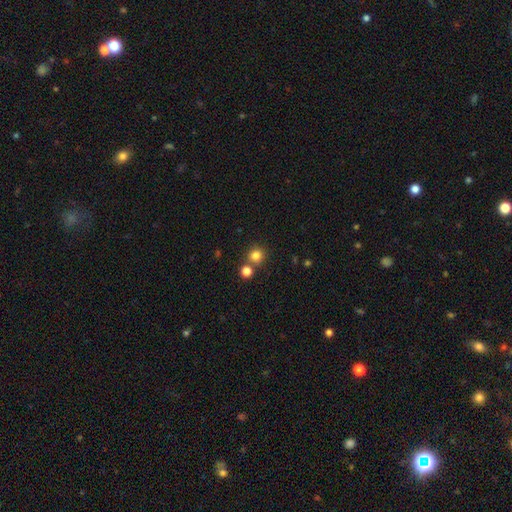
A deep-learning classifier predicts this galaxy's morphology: smooth-or-featured: smooth: 81% | star or artifact: 14% | featured or disk: 5%
  how-rounded: round: 90% | in between: 9% | cigar-shaped: 1%
  merging: none: 72% | merger: 18% | minor disturbance: 7% | major disturbance: 3%